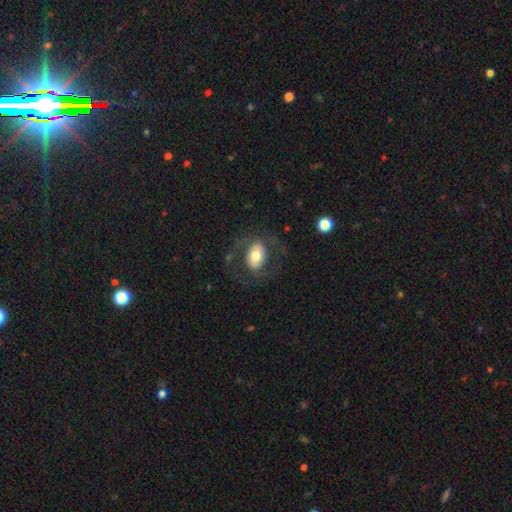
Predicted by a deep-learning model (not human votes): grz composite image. It shows a smooth galaxy with no disk features (51%) that is in between round and cigar-shaped (72%). Merging: none (68%).